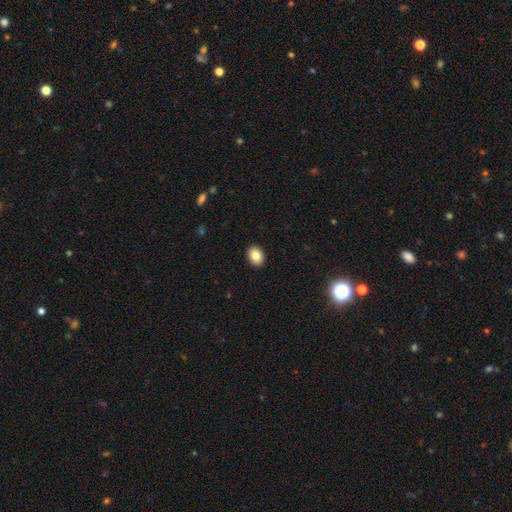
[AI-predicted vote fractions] Morphology: type=smooth (85%); roundness=in between (67%); merging=none (91%).